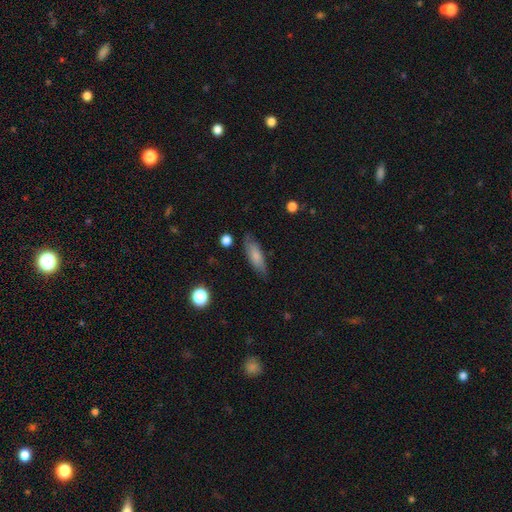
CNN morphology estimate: This appears to be a smooth galaxy with no disk features (74%) that is in between round and cigar-shaped (57%). Merging: none (77%).